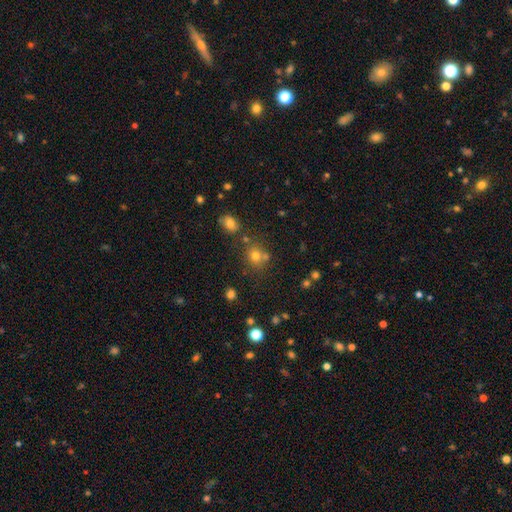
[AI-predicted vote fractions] This appears to be a smooth galaxy with no disk features (67%) that is round (76%). Merging: none (63%).